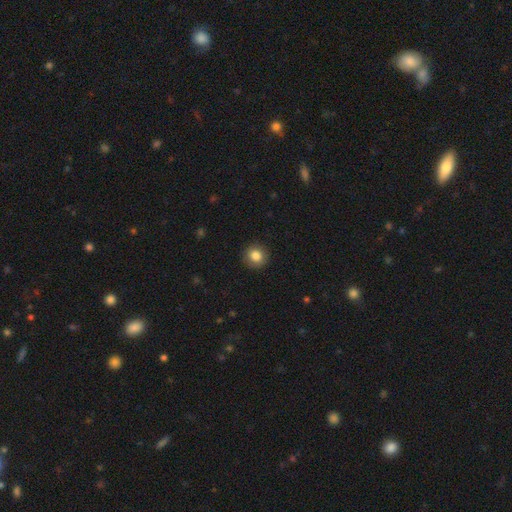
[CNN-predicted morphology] This appears to be a smooth galaxy with no disk features (84%) that is round (92%). Merging: none (91%).